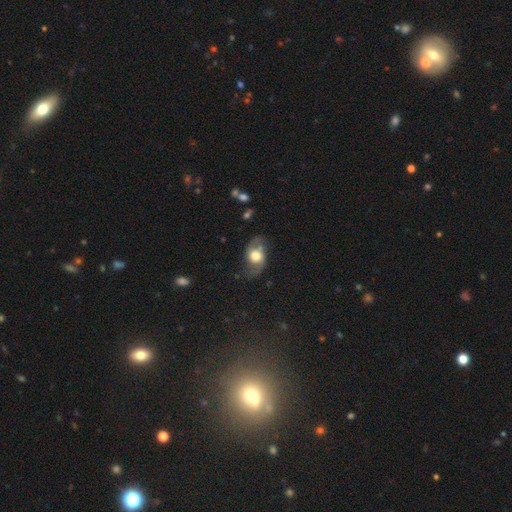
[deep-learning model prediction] smooth-or-featured: featured or disk: 58% | smooth: 34% | star or artifact: 8%
  disk-edge-on: no: 92% | yes: 8%
    bar: no: 72% | weak: 22% | strong: 6%
    has-spiral-arms: yes: 77% | no: 23%
    bulge-size: large: 49% | moderate: 36% | dominant: 9% | small: 4% | none: 2%
  merging: none: 66% | minor disturbance: 21% | major disturbance: 11% | merger: 2%